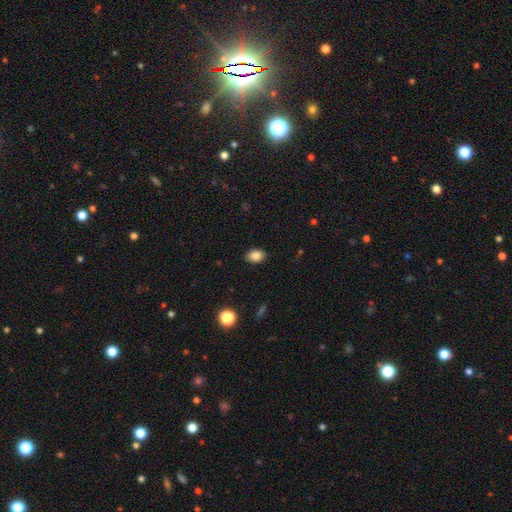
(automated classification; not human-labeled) This is clearly a smooth galaxy (85%). How rounded: likely in between (77%). Merging: clearly none (88%).